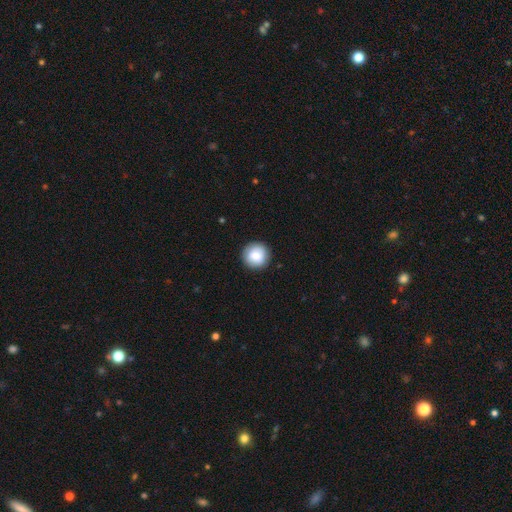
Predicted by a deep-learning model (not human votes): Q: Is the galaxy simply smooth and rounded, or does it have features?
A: smooth — 80%.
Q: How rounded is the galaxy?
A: round — 94%.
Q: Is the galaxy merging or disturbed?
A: none — 89%.